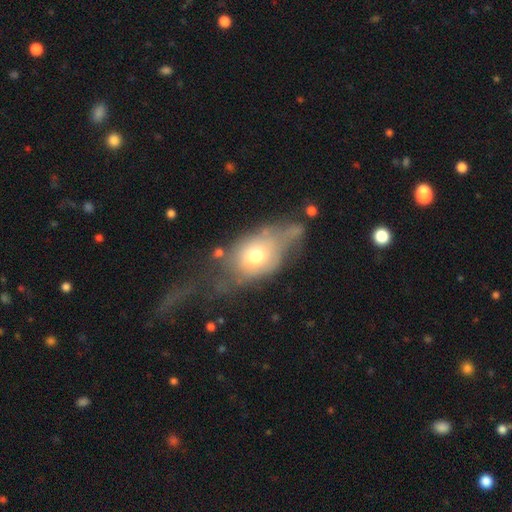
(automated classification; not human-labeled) Smooth or featured? Predicted: smooth (p=0.55). How rounded? Predicted: in between (p=0.78). Merging? Predicted: major disturbance (p=0.45).